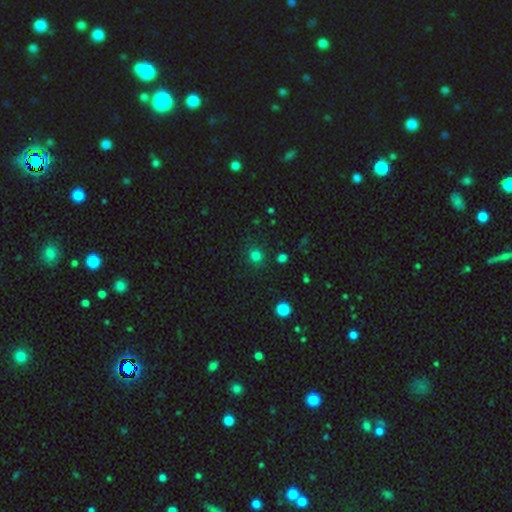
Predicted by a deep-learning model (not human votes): Morphology: type=smooth (78%); roundness=round (86%); merging=none (86%).